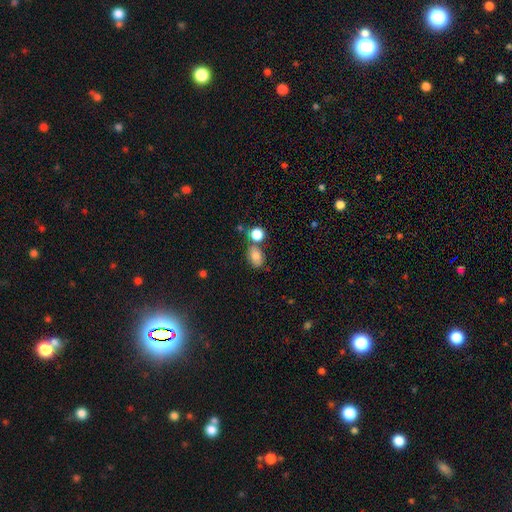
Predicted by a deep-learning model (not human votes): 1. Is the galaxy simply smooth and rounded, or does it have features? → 79% smooth, 12% star or artifact, 10% featured or disk.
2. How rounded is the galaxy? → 76% in between, 22% round, 2% cigar-shaped.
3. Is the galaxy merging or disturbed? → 63% none, 17% merger, 15% minor disturbance, 5% major disturbance.